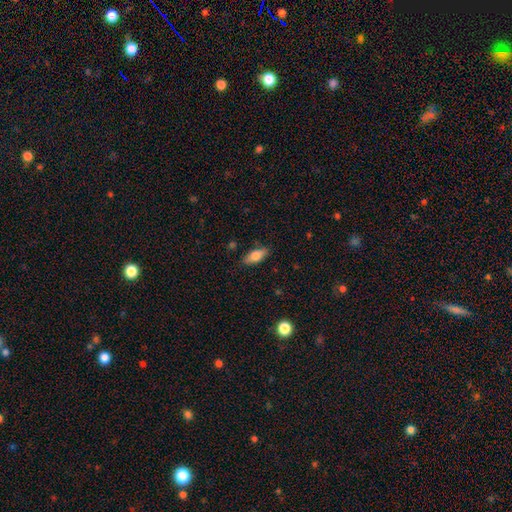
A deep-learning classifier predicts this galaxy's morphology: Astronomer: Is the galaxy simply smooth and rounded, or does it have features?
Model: smooth — 70%.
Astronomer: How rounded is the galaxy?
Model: in between — 76%.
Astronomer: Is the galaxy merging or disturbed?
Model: none — 85%.